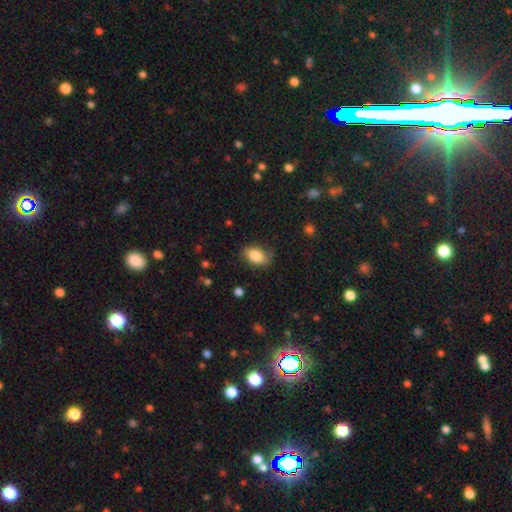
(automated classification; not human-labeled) Q: Smooth or featured?
A: smooth (84%); runner-up: featured or disk (9%)
Q: How rounded?
A: in between (86%); runner-up: round (13%)
Q: Merging?
A: none (75%); runner-up: minor disturbance (19%)